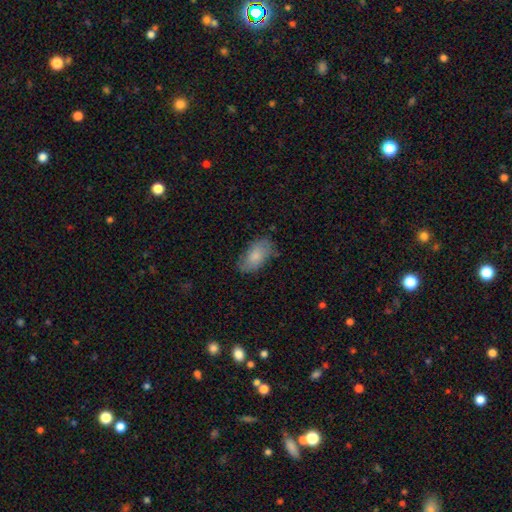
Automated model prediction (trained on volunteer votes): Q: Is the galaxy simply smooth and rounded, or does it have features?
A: smooth — 78%.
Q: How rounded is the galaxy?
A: in between — 94%.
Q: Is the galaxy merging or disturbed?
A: none — 71%.